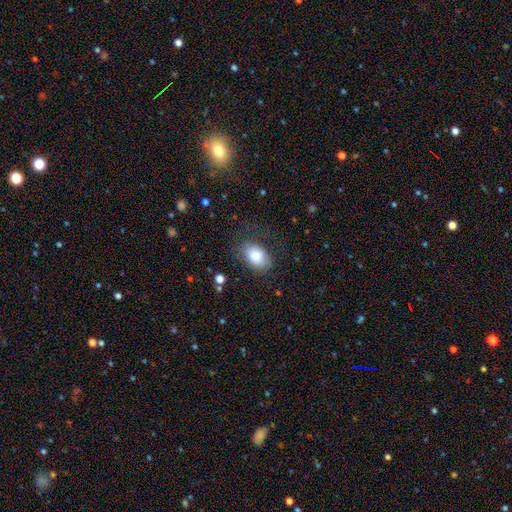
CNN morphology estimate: smooth 78%, featured or disk 13%, star or artifact 8%. Down the decision tree: how rounded — in between (84%); merging — none (72%).